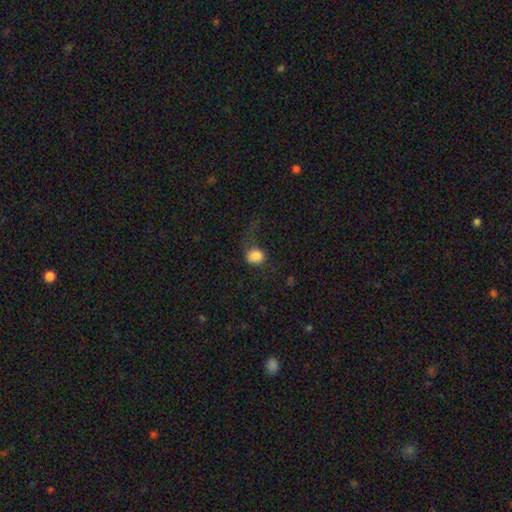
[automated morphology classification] type=smooth (82%); roundness=round (52%); merging=major disturbance (40%).